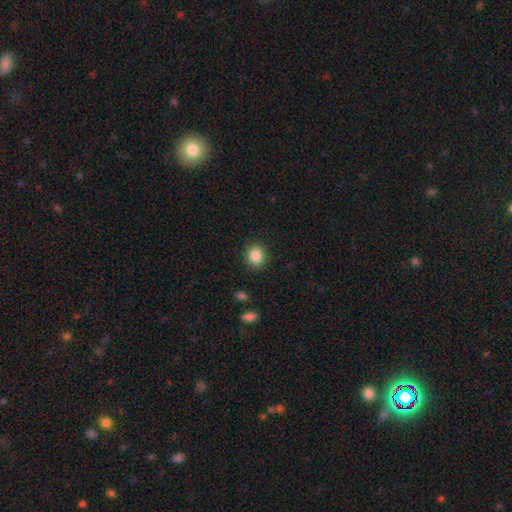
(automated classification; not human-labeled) Smooth or featured: smooth — 85% (star or artifact — 10%)
How rounded: round — 77% (in between — 22%)
Merging: none — 90% (minor disturbance — 7%)